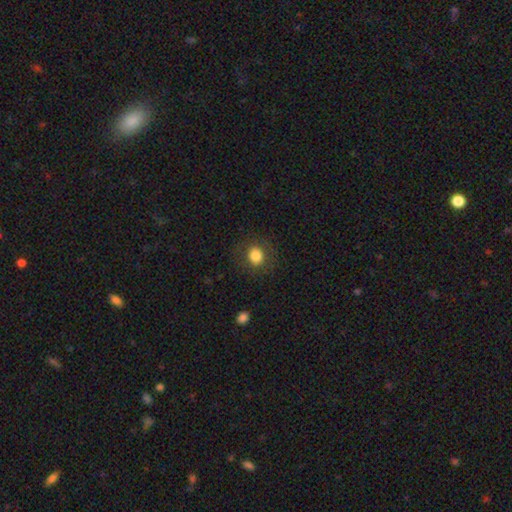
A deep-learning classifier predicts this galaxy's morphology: type=smooth (83%); roundness=round (76%); merging=none (86%).